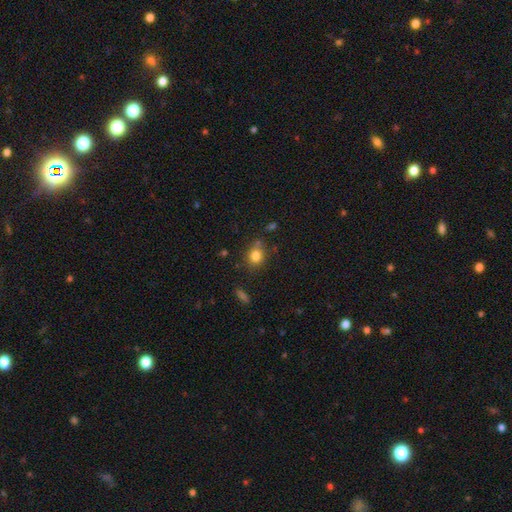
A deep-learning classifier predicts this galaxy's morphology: A smooth galaxy with no disk features (82%) that is round (68%).

Vote fractions:
- Smooth or featured? smooth: 82% / star or artifact: 11% / featured or disk: 7%
- How rounded? round: 68% / in between: 30% / cigar-shaped: 1%
- Merging? none: 73% / minor disturbance: 16% / merger: 7% / major disturbance: 4%